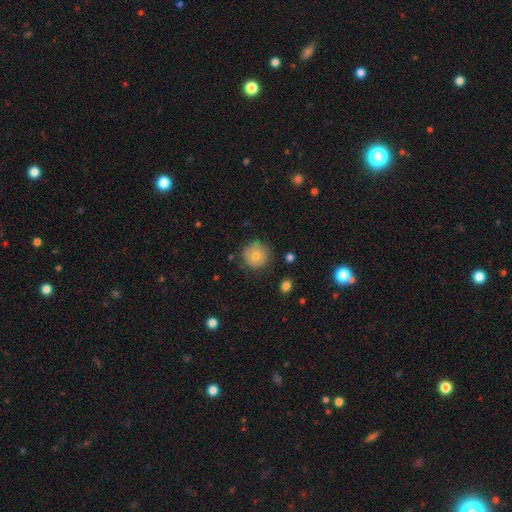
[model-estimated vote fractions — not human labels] Smooth or featured? smooth (72%)
How rounded? round (94%)
Merging? none (79%)